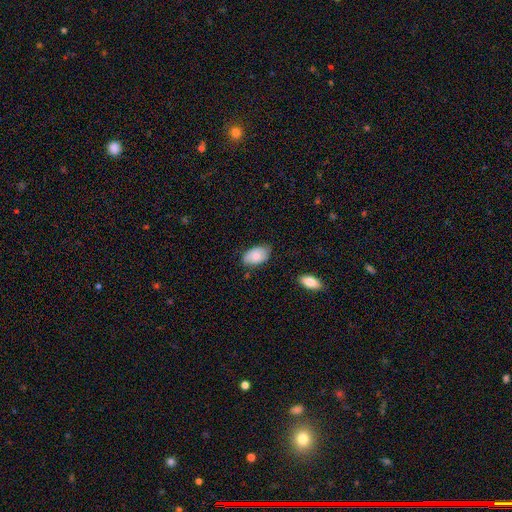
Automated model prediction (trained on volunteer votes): Morphology: type=smooth (80%); roundness=in between (93%); merging=none (69%).